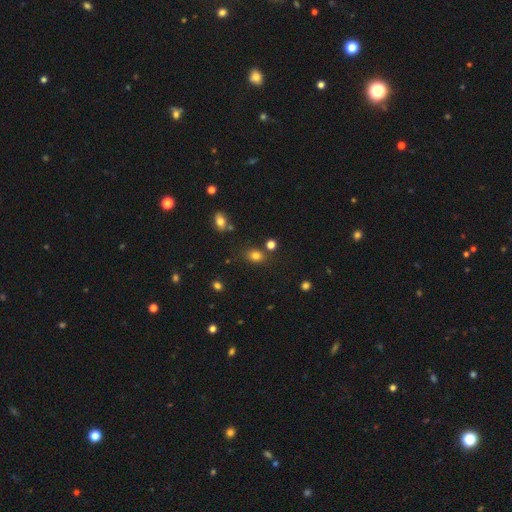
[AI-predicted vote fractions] Smooth or featured: smooth — 78% (star or artifact — 15%)
How rounded: in between — 55% (round — 44%)
Merging: none — 75% (minor disturbance — 13%)